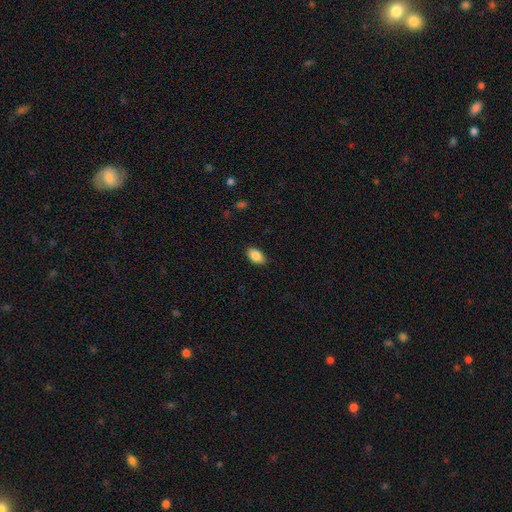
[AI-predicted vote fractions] Q: Smooth or featured?
A: smooth (88%); runner-up: star or artifact (7%)
Q: How rounded?
A: in between (93%); runner-up: round (6%)
Q: Merging?
A: none (88%); runner-up: minor disturbance (9%)